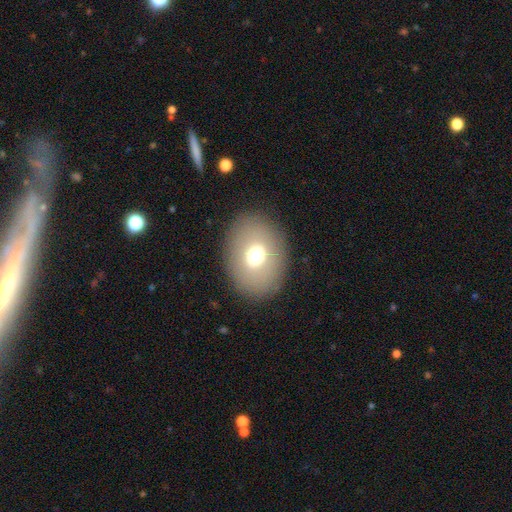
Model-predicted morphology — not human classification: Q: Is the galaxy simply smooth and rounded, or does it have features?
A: smooth — 67%.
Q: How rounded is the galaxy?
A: in between — 65%.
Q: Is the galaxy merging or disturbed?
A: none — 87%.